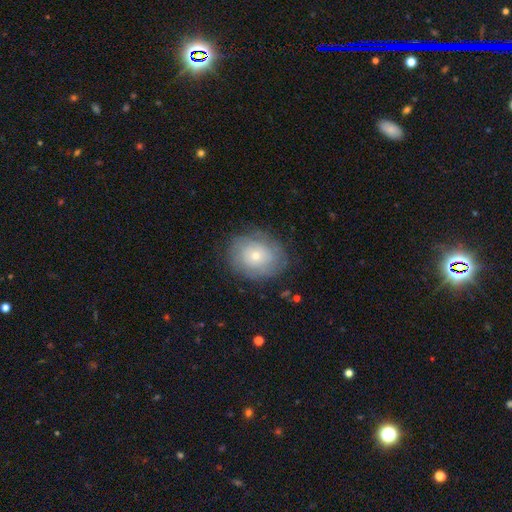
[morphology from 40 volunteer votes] smooth 65%, featured or disk 28%, star or artifact 8%. Down the decision tree: how rounded — round (58%); merging — none (76%).